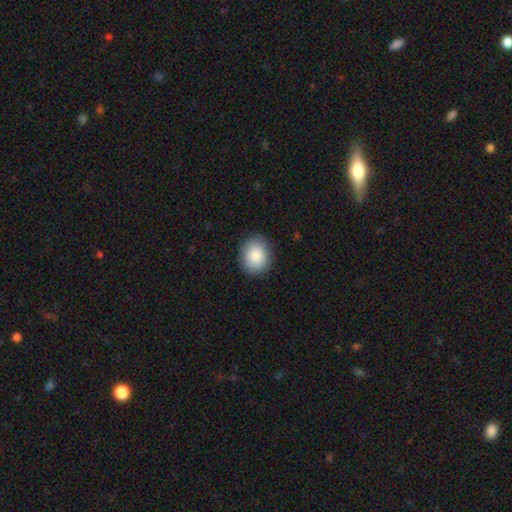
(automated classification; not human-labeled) Smooth or featured?
  - smooth: 87% *
  - star or artifact: 7%
  - featured or disk: 6%
How rounded?
  - round: 57% *
  - in between: 42%
  - cigar-shaped: 1%
Merging?
  - none: 87% *
  - minor disturbance: 10%
  - major disturbance: 2%
  - merger: 1%